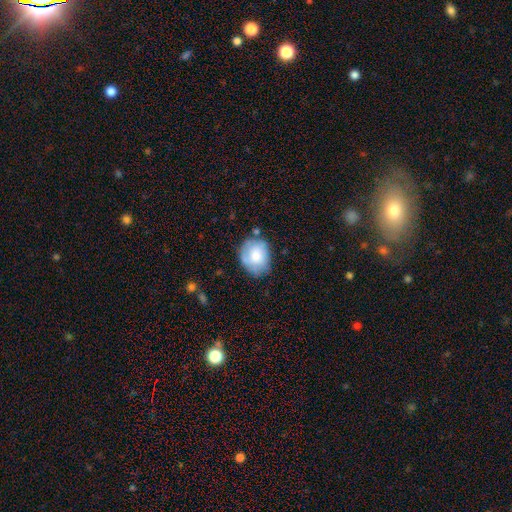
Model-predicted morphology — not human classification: The model was most divided on "how rounded": round: 52%, in between: 47%, cigar-shaped: 1%. More confident: smooth or featured — smooth (68%); merging — none (64%).